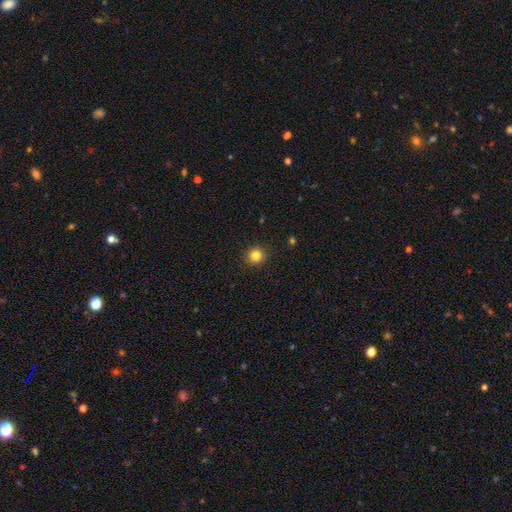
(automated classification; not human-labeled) This appears to be a smooth galaxy with no disk features (83%) that is round (91%). Merging: none (91%).